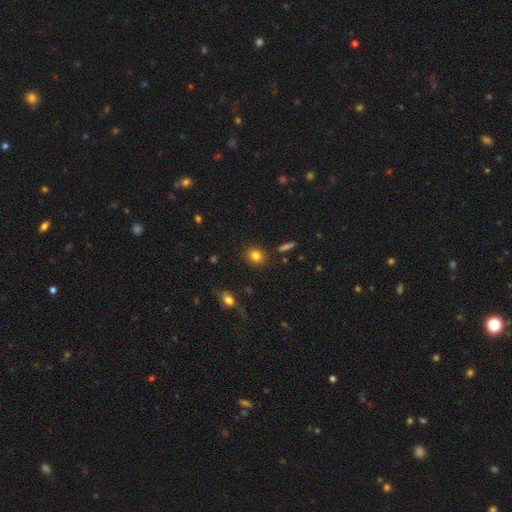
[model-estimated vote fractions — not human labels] This appears to be a smooth galaxy with no disk features (83%) that is round (72%). Merging: none (89%).